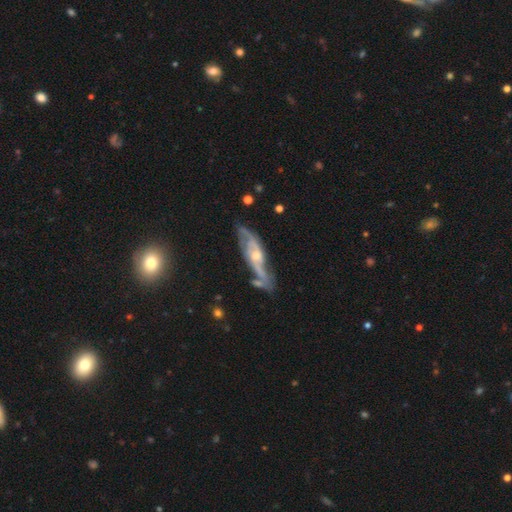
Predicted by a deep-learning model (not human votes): smooth-or-featured: featured or disk: 81% | smooth: 13% | star or artifact: 6%
  disk-edge-on: no: 74% | yes: 26%
    bar: no: 58% | weak: 33% | strong: 8%
    has-spiral-arms: yes: 88% | no: 12%
      spiral-winding: medium: 45% | tight: 31% | loose: 25%
      spiral-arm-count: 2: 57% | can't tell: 27% | 3: 7% | 1: 3% | 4: 3% | more than 4: 2%
    bulge-size: moderate: 48% | small: 47% | large: 2% | none: 2% | dominant: 1%
  merging: none: 60% | minor disturbance: 23% | major disturbance: 10% | merger: 7%